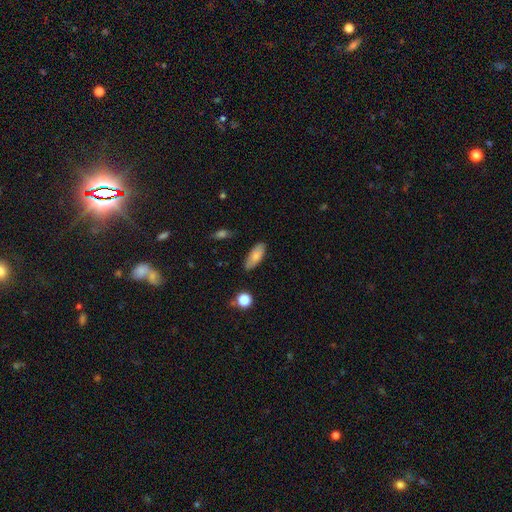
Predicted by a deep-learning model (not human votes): smooth_or_featured: smooth (p=0.78) [alt: featured or disk p=0.14]
how_rounded: in between (p=0.80) [alt: cigar-shaped p=0.17]
merging: none (p=0.81) [alt: minor disturbance p=0.14]